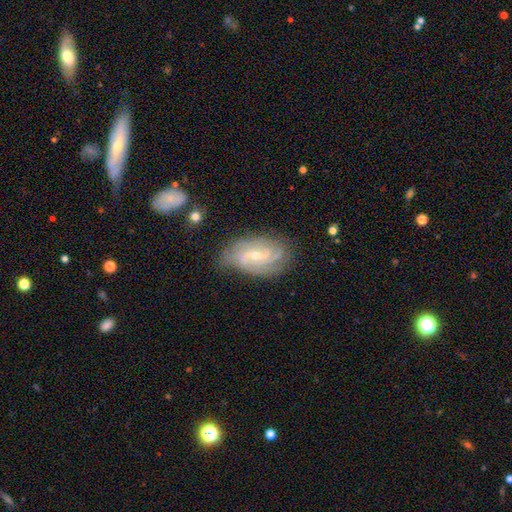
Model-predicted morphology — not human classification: A featured or disk galaxy (83%) with a weak bar (53%), 2 (37%) tight (44%) spiral arms (95%) and a small central bulge (65%). Merging: none (73%).